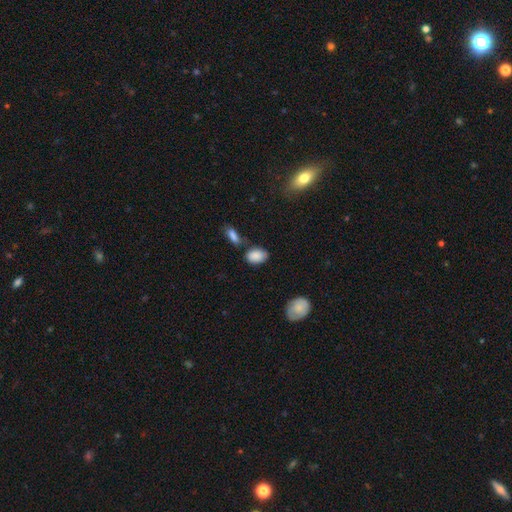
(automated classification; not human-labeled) Smooth or featured? smooth (88%)
How rounded? in between (90%)
Merging? none (65%)